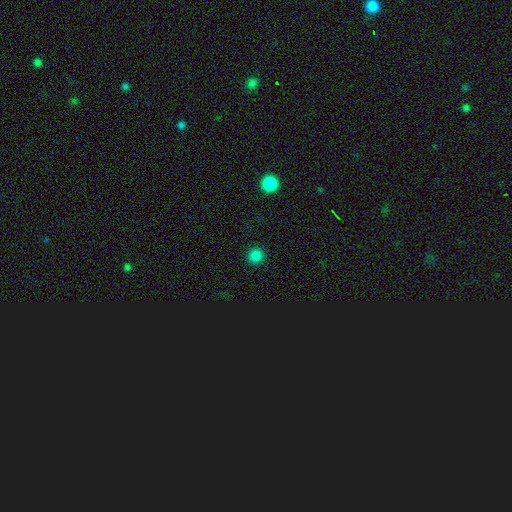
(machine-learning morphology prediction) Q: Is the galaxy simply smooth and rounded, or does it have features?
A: smooth — 81%.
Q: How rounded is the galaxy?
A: round — 92%.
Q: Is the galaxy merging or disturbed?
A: none — 91%.